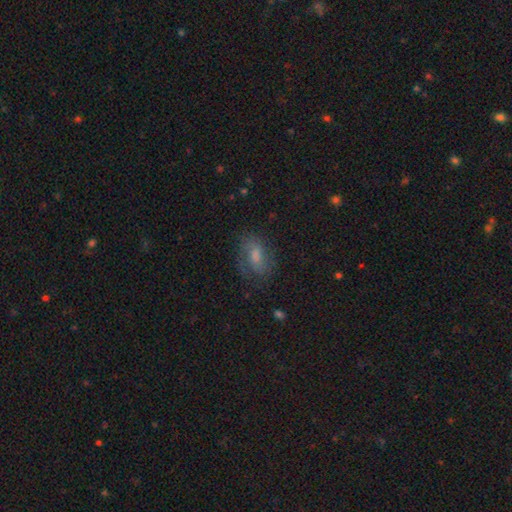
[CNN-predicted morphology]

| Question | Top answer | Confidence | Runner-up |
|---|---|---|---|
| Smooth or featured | featured or disk | 48% | smooth (41%) |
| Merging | none | 64% | minor disturbance (21%) |